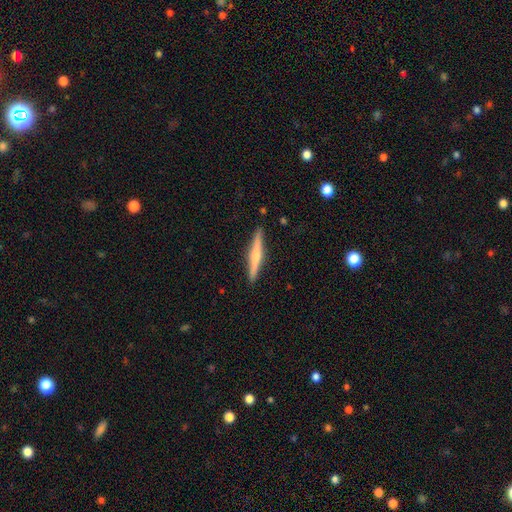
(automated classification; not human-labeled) smooth-or-featured: featured or disk: 53% | smooth: 42% | star or artifact: 6%
  disk-edge-on: yes: 97% | no: 3%
    edge-on-bulge: rounded: 68% | none: 21% | boxy: 11%
  merging: none: 91% | minor disturbance: 7% | major disturbance: 1% | merger: 1%